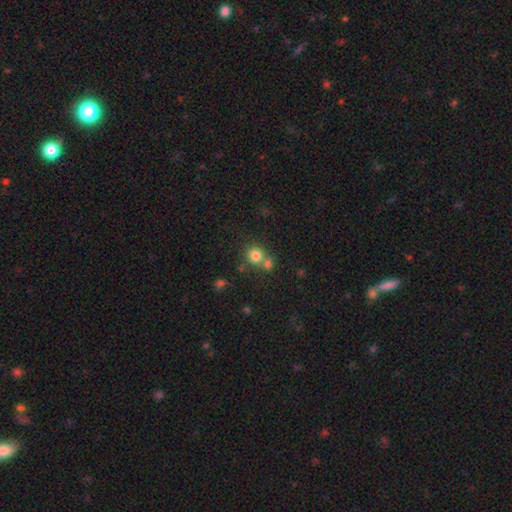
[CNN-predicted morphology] smooth-or-featured: smooth: 79% | star or artifact: 13% | featured or disk: 8%
  how-rounded: round: 89% | in between: 10% | cigar-shaped: 1%
  merging: none: 54% | merger: 37% | minor disturbance: 7% | major disturbance: 3%